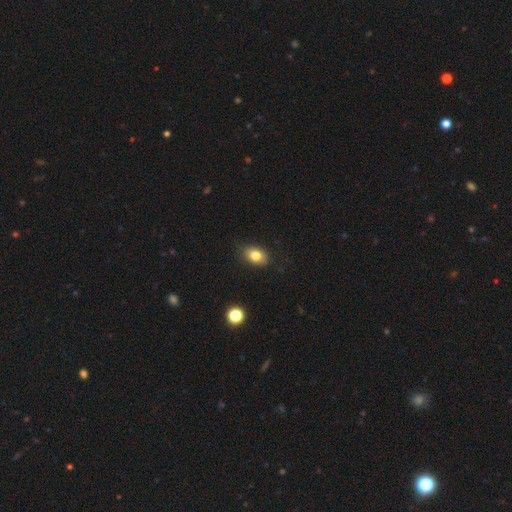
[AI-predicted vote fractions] This appears to be a smooth galaxy with no disk features (80%) that is in between round and cigar-shaped (79%). Merging: none (83%).